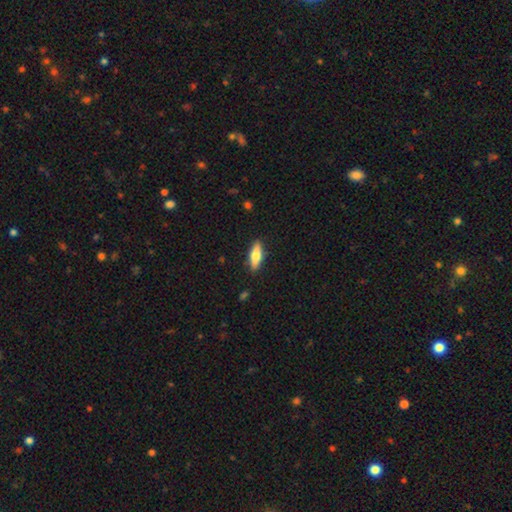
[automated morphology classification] The model was most divided on "how rounded": in between: 53%, cigar-shaped: 45%, round: 2%. More confident: merging — none (89%); smooth or featured — smooth (63%).